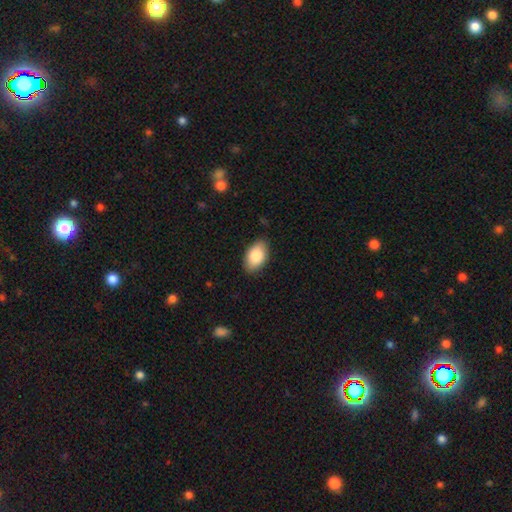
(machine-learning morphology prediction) A smooth galaxy with no disk features (85%) that is in between round and cigar-shaped (93%).

Vote fractions:
- Smooth or featured? smooth: 85% / featured or disk: 9% / star or artifact: 6%
- How rounded? in between: 93% / round: 5% / cigar-shaped: 1%
- Merging? none: 85% / minor disturbance: 12% / major disturbance: 2% / merger: 1%